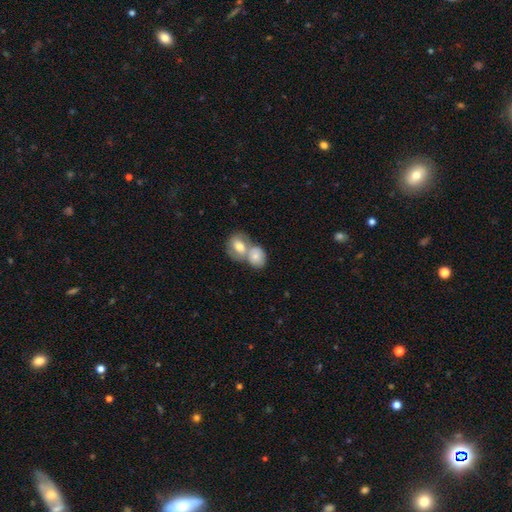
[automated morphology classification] smooth-or-featured: smooth: 74% | featured or disk: 19% | star or artifact: 7%
  how-rounded: in between: 55% | round: 43% | cigar-shaped: 1%
  merging: merger: 68% | none: 22% | minor disturbance: 7% | major disturbance: 3%